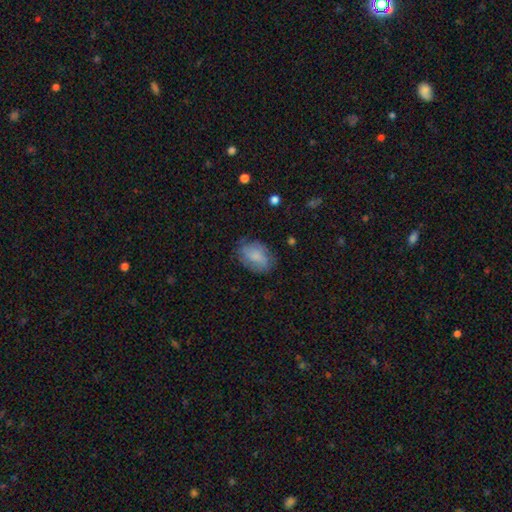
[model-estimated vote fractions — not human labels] smooth 71%, featured or disk 21%, star or artifact 8%. Down the decision tree: how rounded — in between (81%); merging — none (70%).